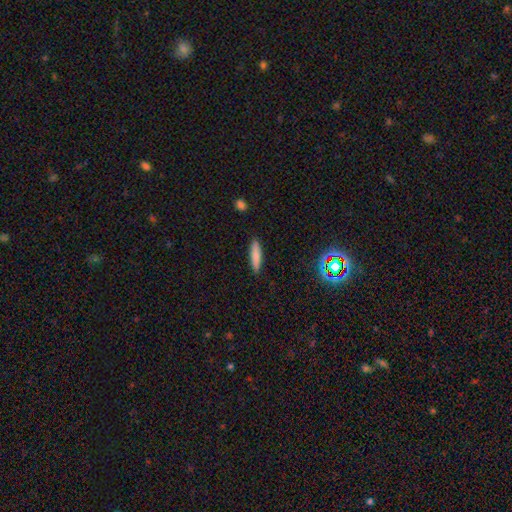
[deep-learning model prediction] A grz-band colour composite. It shows a smooth galaxy with no disk features (79%) that is cigar-shaped (80%). Merging: none (89%).